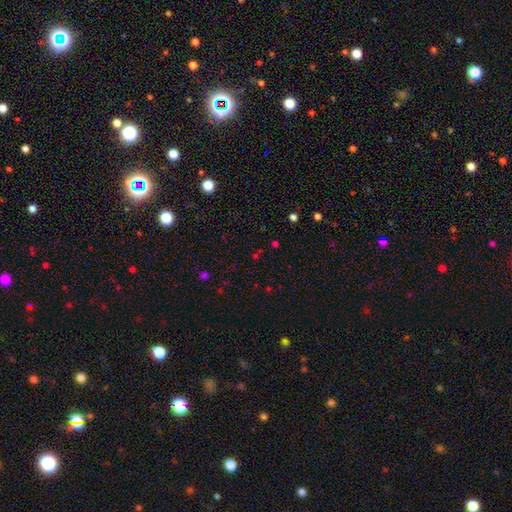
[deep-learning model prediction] A star or artifact, not a galaxy (57%).

Vote fractions:
- Smooth or featured? star or artifact: 57% / smooth: 35% / featured or disk: 8%